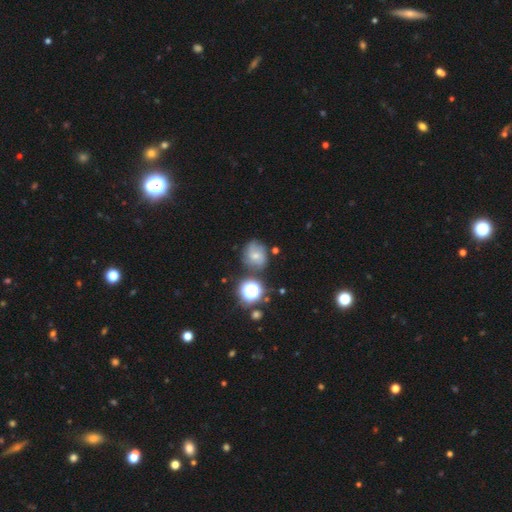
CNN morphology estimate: smooth-or-featured: smooth: 49% | featured or disk: 32% | star or artifact: 19%
  merging: none: 65% | minor disturbance: 20% | merger: 8% | major disturbance: 7%